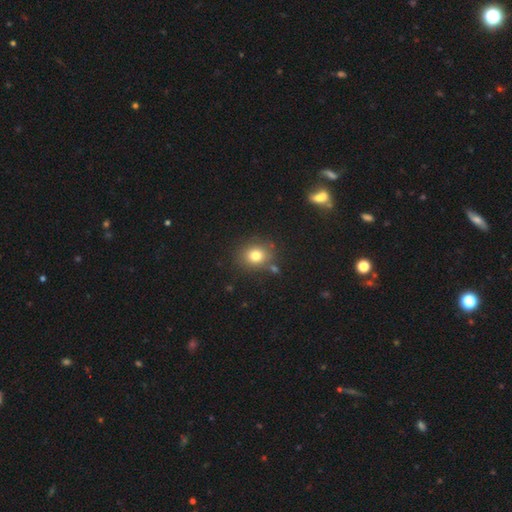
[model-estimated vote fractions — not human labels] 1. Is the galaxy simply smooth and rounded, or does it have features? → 78% smooth, 13% star or artifact, 9% featured or disk.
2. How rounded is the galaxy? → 69% round, 30% in between, 1% cigar-shaped.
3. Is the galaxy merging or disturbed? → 79% none, 11% minor disturbance, 6% merger, 4% major disturbance.